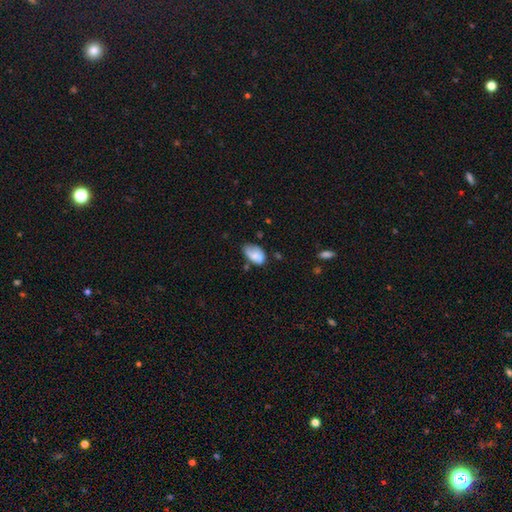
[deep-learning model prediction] Smooth or featured? Predicted: smooth (p=0.68). How rounded? Predicted: in between (p=0.91). Merging? Predicted: none (p=0.41).